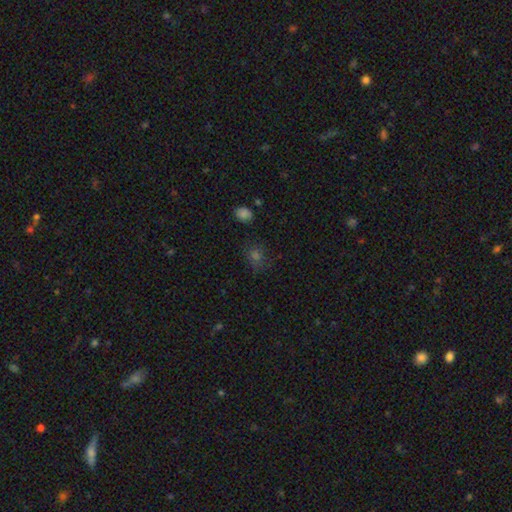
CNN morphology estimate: type=smooth (60%); roundness=round (66%); merging=none (77%).